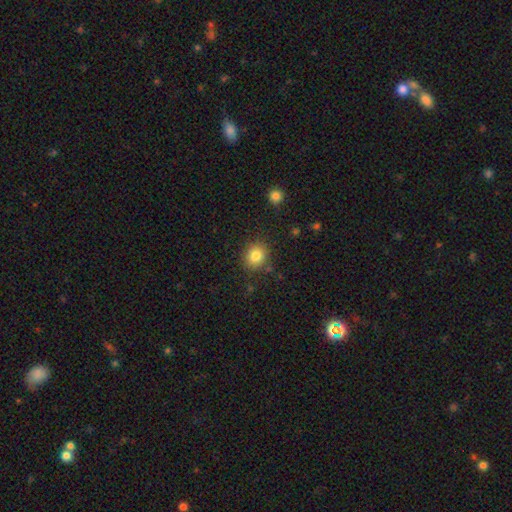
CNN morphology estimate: smooth 83%, star or artifact 10%, featured or disk 7%. Down the decision tree: how rounded — round (76%); merging — none (85%).